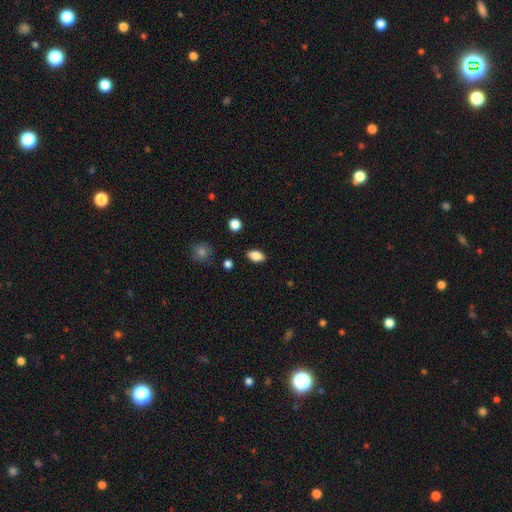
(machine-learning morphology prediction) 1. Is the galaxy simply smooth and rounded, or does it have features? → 86% smooth, 9% star or artifact, 5% featured or disk.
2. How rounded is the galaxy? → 89% in between, 7% round, 3% cigar-shaped.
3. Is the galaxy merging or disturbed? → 87% none, 9% minor disturbance, 2% major disturbance, 2% merger.